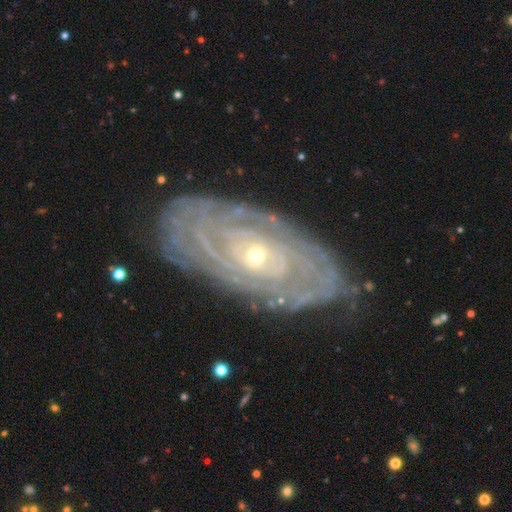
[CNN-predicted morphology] A featured or disk galaxy (86%) with no bar (76%), tight (85%) spiral arms (93%) and a small central bulge (63%). Merging: none (81%).